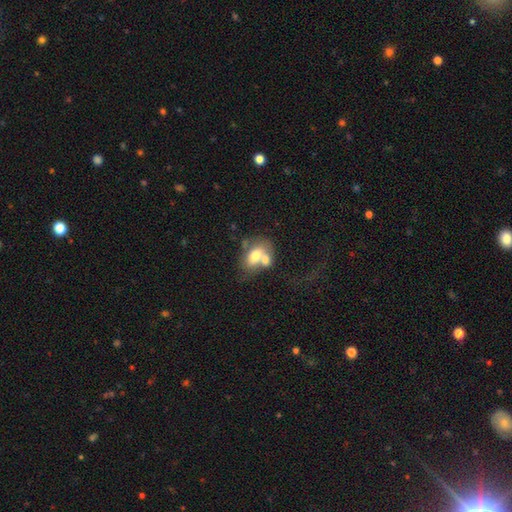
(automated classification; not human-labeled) Smooth or featured? Predicted: smooth (p=0.63). How rounded? Predicted: in between (p=0.77). Merging? Predicted: merger (p=0.60).